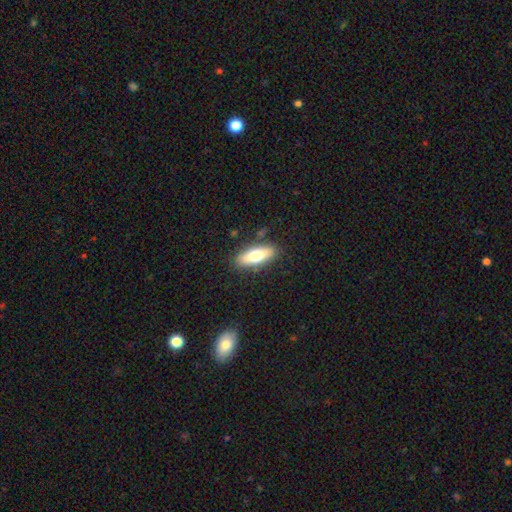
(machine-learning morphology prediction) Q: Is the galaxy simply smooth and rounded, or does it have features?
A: smooth — 68%.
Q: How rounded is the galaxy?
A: in between — 65%.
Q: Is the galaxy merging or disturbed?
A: none — 86%.